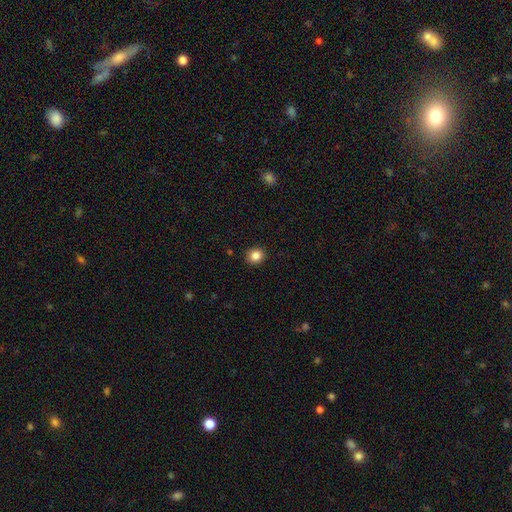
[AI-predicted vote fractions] Smooth or featured? Predicted: smooth (p=0.85). How rounded? Predicted: round (p=0.84). Merging? Predicted: none (p=0.91).